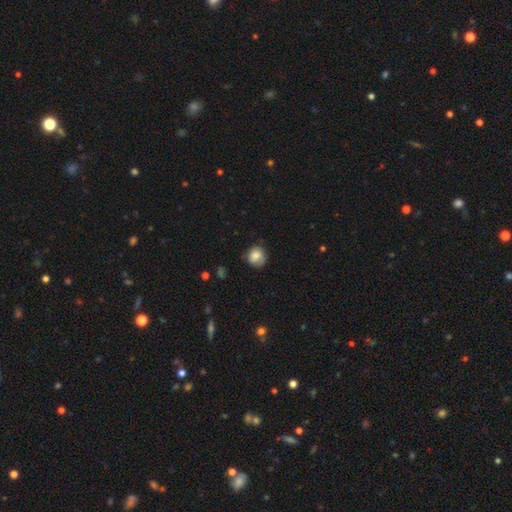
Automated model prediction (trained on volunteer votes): Smooth or featured? Predicted: smooth (p=0.75). How rounded? Predicted: round (p=0.82). Merging? Predicted: none (p=0.67).